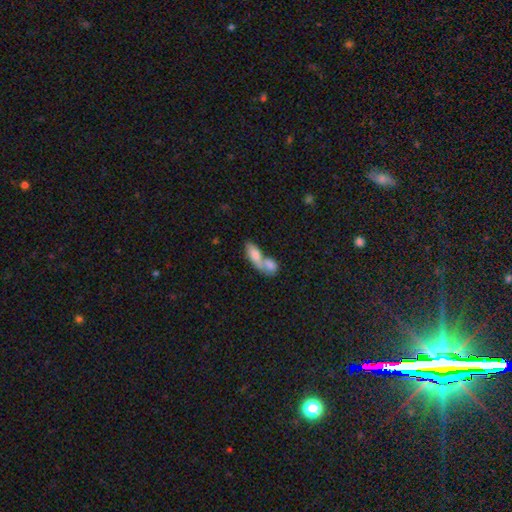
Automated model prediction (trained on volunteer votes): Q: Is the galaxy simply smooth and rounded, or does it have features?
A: smooth — 74%.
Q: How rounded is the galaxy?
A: in between — 77%.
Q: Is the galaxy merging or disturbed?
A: merger — 72%.